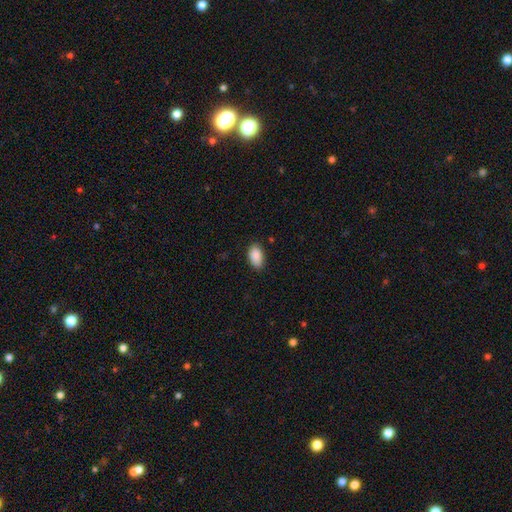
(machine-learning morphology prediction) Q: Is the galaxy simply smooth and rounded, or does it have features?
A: smooth — 90%.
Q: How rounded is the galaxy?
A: in between — 93%.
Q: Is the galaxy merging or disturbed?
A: none — 81%.